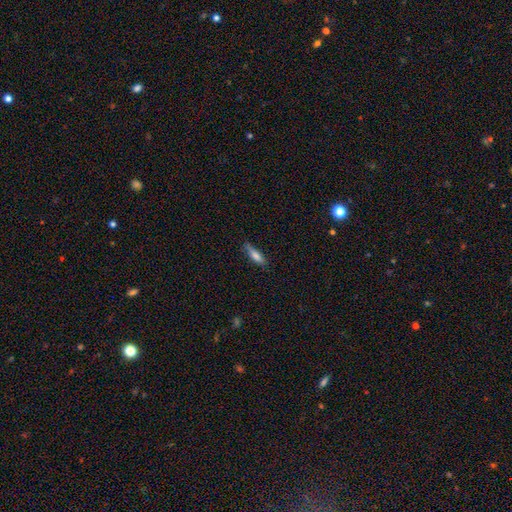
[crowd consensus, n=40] Smooth or featured? 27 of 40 (68%) said smooth. How rounded? 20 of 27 (74%) said cigar-shaped. Merging? 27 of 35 (77%) said none.